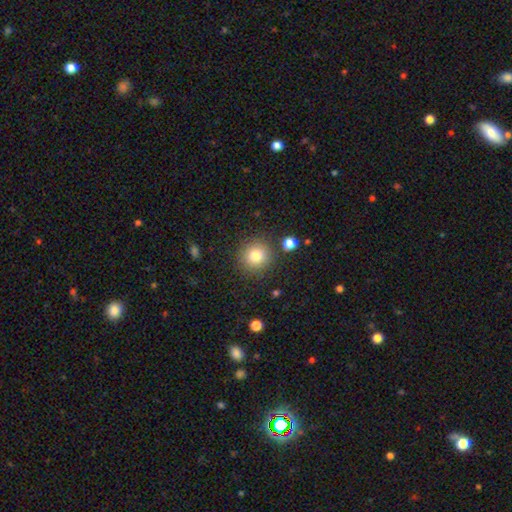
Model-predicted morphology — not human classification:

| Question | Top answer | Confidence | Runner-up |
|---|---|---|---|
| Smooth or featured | smooth | 81% | star or artifact (11%) |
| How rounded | round | 93% | in between (6%) |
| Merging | none | 86% | minor disturbance (8%) |